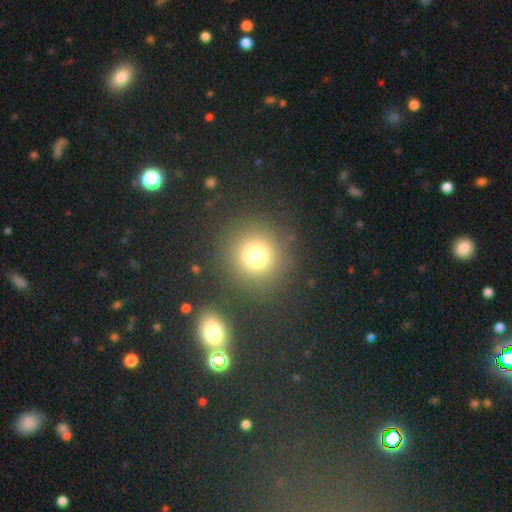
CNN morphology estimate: smooth-or-featured: smooth: 74% | star or artifact: 17% | featured or disk: 9%
  how-rounded: round: 94% | in between: 5% | cigar-shaped: 1%
  merging: none: 85% | minor disturbance: 7% | merger: 4% | major disturbance: 4%